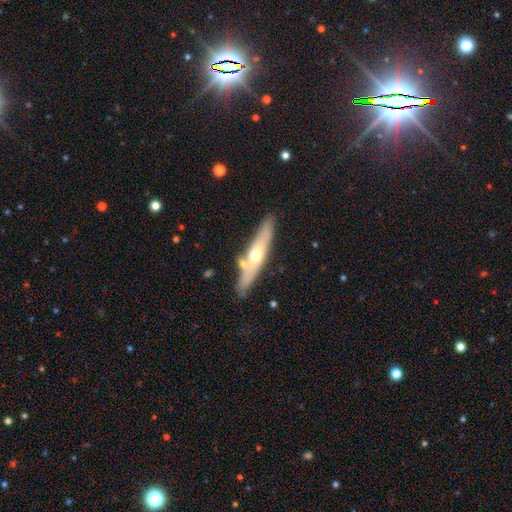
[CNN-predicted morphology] A featured or disk galaxy (54%) viewed edge-on (78%). Merging: none (76%).